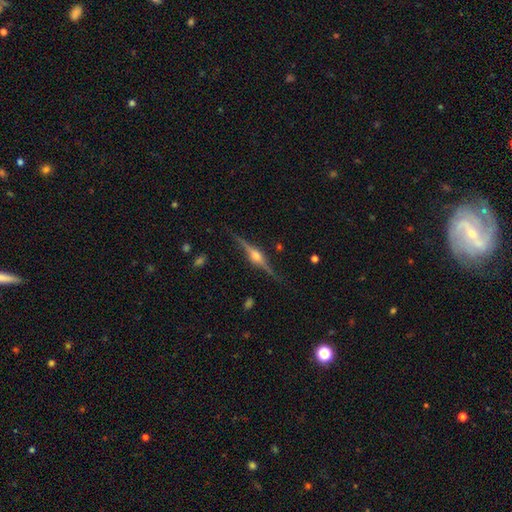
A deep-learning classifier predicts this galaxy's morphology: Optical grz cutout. It shows a featured or disk galaxy (87%) viewed edge-on (98%) with a rounded central bulge (93%). Merging: none (87%).